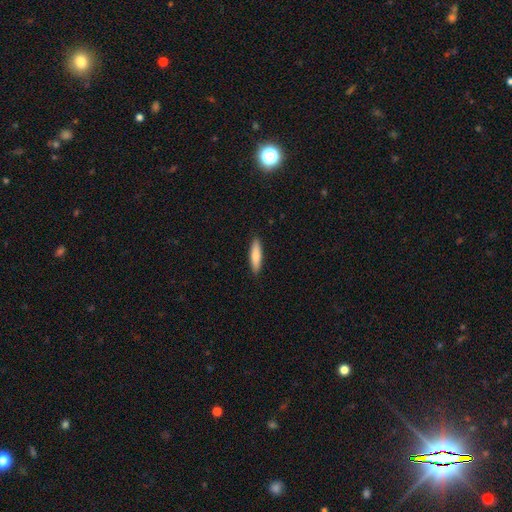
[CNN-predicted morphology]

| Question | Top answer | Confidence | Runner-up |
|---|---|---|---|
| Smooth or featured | smooth | 77% | featured or disk (17%) |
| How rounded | cigar-shaped | 71% | in between (27%) |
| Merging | none | 90% | minor disturbance (7%) |